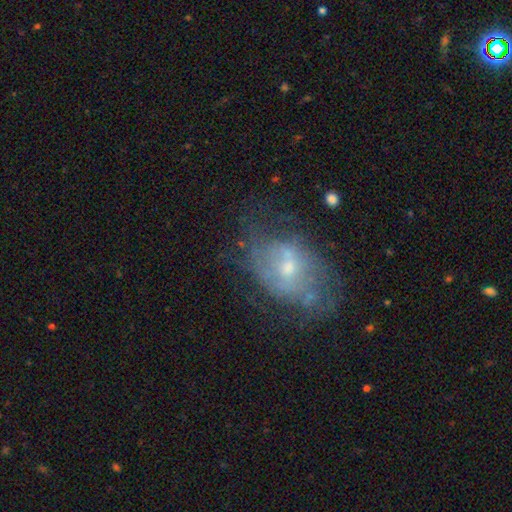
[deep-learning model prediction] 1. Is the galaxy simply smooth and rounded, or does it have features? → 59% featured or disk, 28% smooth, 13% star or artifact.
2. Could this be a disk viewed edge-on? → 94% no, 6% yes.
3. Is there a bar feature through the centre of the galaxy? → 55% no, 37% weak, 8% strong.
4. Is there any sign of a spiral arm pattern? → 51% yes, 49% no.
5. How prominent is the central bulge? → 51% small, 41% moderate, 4% none, 3% large, 1% dominant.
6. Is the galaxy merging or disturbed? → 55% none, 24% minor disturbance, 18% major disturbance, 3% merger.